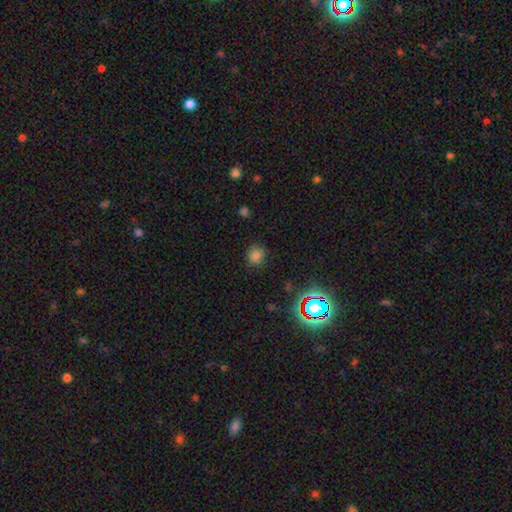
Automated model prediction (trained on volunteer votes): This appears to be a smooth galaxy with no disk features (76%) that is round (79%). Merging: none (80%).